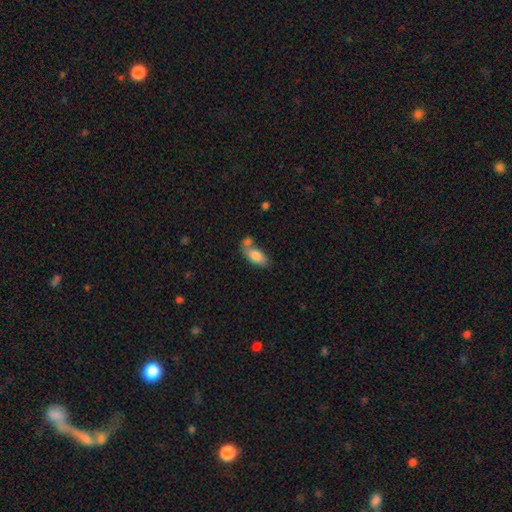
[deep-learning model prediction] smooth-or-featured: smooth: 81% | featured or disk: 12% | star or artifact: 7%
  how-rounded: in between: 89% | cigar-shaped: 7% | round: 3%
  merging: none: 43% | merger: 36% | minor disturbance: 15% | major disturbance: 6%